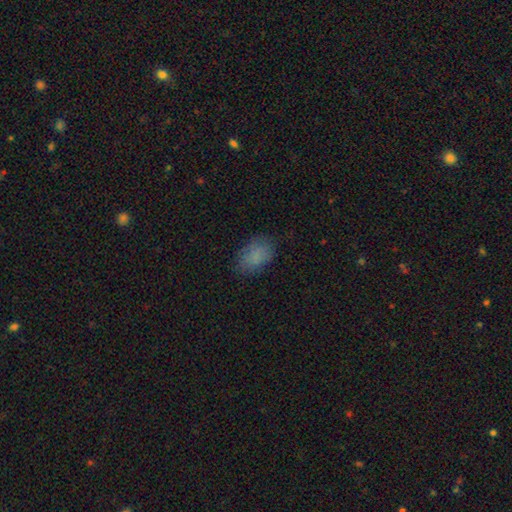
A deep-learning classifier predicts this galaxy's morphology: This is clearly a smooth galaxy (82%). How rounded: clearly in between (85%). Merging: likely none (74%).